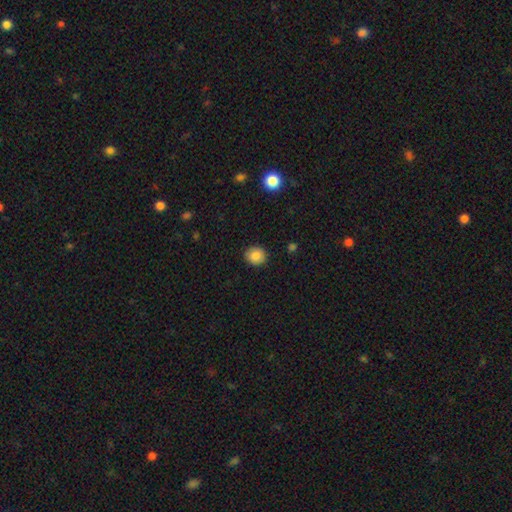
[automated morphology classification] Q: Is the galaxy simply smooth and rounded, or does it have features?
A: smooth — 85%.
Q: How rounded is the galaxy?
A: round — 83%.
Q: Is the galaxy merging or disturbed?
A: none — 89%.